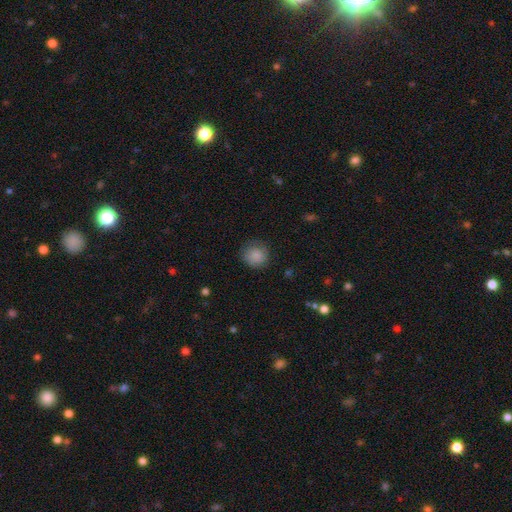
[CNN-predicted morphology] smooth 85%, star or artifact 8%, featured or disk 7%. Down the decision tree: how rounded — round (90%); merging — none (78%).